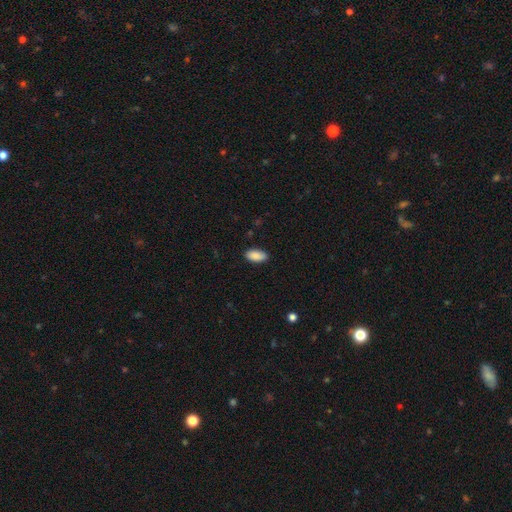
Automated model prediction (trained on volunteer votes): A smooth galaxy with no disk features (89%) that is in between round and cigar-shaped (93%).

Vote fractions:
- Smooth or featured? smooth: 89% / star or artifact: 7% / featured or disk: 5%
- How rounded? in between: 93% / cigar-shaped: 5% / round: 2%
- Merging? none: 87% / minor disturbance: 10% / major disturbance: 2% / merger: 1%